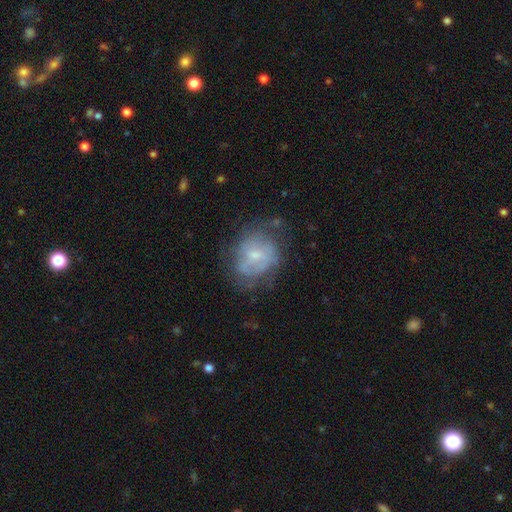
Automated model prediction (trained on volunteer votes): A featured or disk galaxy (58%) with no bar (57%), spiral arms (53%) and a small central bulge (57%). Merging: none (54%).